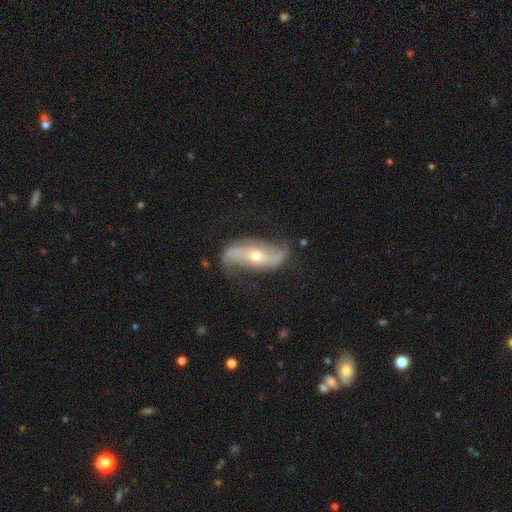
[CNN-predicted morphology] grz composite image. It shows a featured or disk galaxy (84%) with no bar (43%), 2 (93%) loose (76%) spiral arms (93%) and a moderate central bulge (54%). Merging: none (74%).